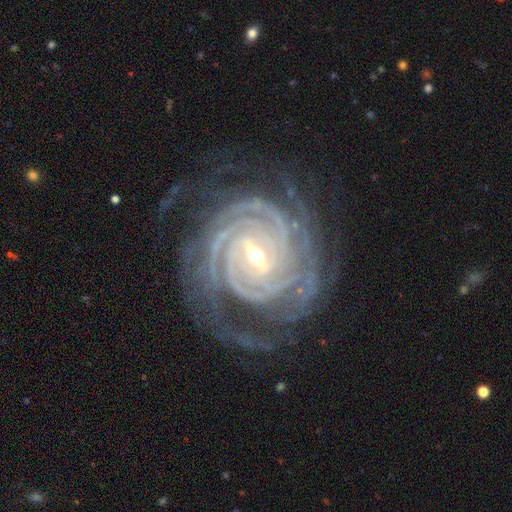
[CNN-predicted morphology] type=featured or disk (93%); edge-on=no (97%); bar=strong (50%); spiral arms=yes (99%); winding=tight (86%); arm count=4 (30%); bulge=small (51%); merging=none (75%).